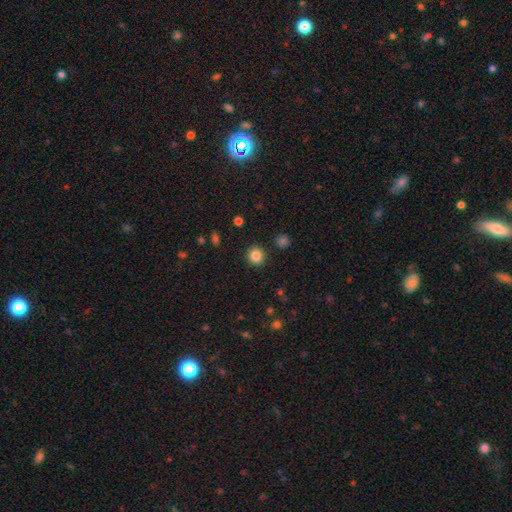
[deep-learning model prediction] Q: Smooth or featured?
A: smooth (85%); runner-up: star or artifact (11%)
Q: How rounded?
A: round (91%); runner-up: in between (8%)
Q: Merging?
A: none (91%); runner-up: minor disturbance (6%)